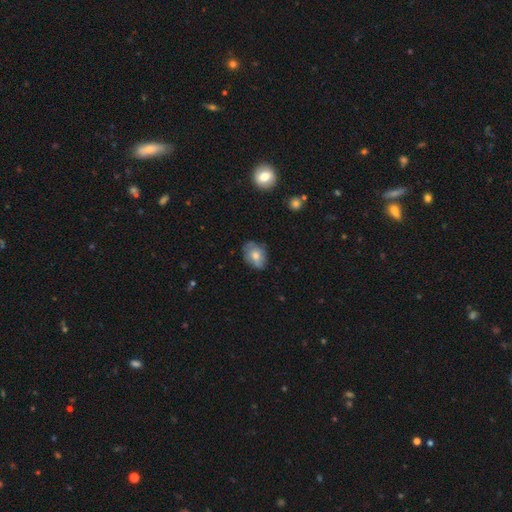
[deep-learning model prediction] A smooth galaxy with no disk features (67%) that is in between round and cigar-shaped (71%). Merging: none (66%).